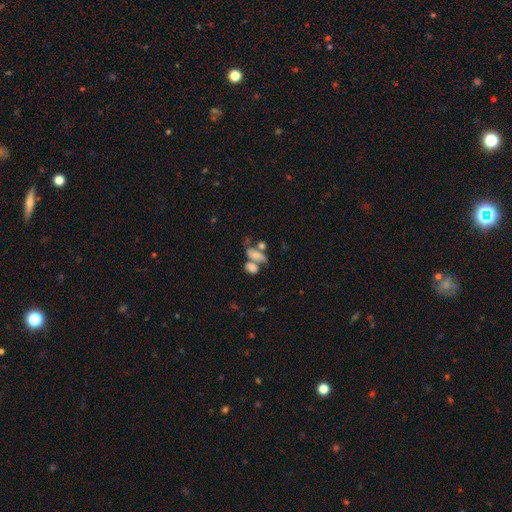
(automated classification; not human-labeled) Overall: smooth (64%). How rounded: in between (79%). Merging: merger (54%; none 24%).